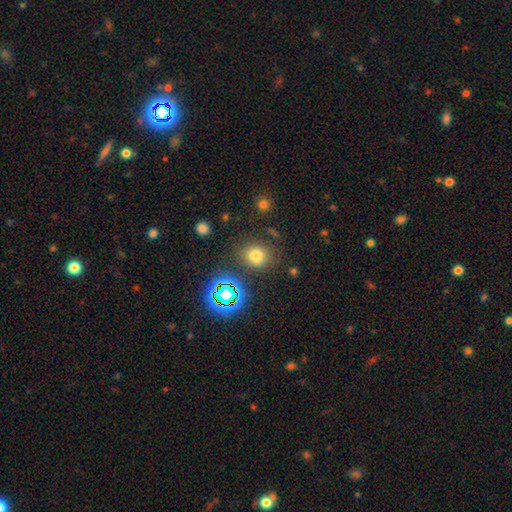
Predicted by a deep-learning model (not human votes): Smooth or featured?
  - smooth: 69% *
  - star or artifact: 21%
  - featured or disk: 9%
How rounded?
  - round: 63% *
  - in between: 36%
  - cigar-shaped: 1%
Merging?
  - none: 77% *
  - minor disturbance: 13%
  - major disturbance: 5%
  - merger: 5%